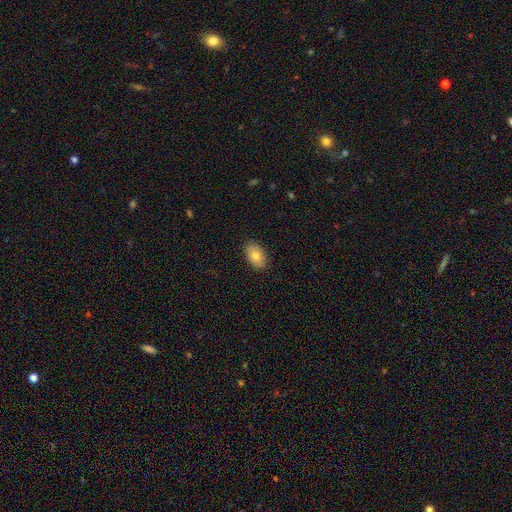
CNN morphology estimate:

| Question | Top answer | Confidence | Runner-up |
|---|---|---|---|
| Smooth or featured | smooth | 77% | featured or disk (16%) |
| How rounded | in between | 90% | round (9%) |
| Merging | none | 87% | minor disturbance (10%) |